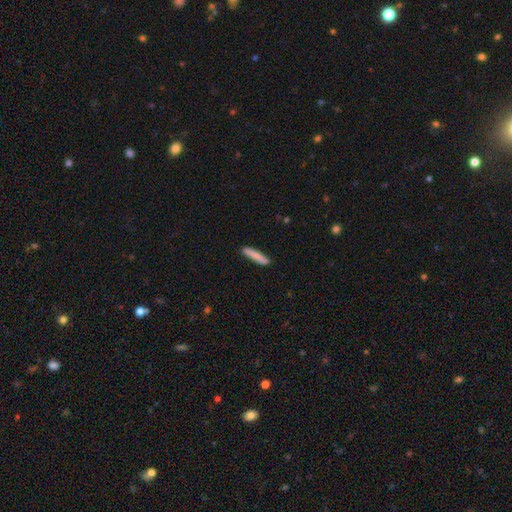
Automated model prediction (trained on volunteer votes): A smooth galaxy with no disk features (83%) that is cigar-shaped (91%).

Vote fractions:
- Smooth or featured? smooth: 83% / featured or disk: 12% / star or artifact: 6%
- How rounded? cigar-shaped: 91% / in between: 8% / round: 1%
- Merging? none: 89% / minor disturbance: 8% / major disturbance: 2% / merger: 1%